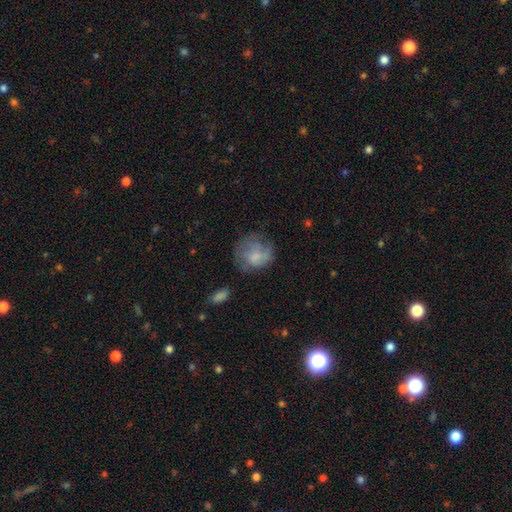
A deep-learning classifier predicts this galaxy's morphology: Smooth or featured? Predicted: smooth (p=0.54). How rounded? Predicted: round (p=0.77). Merging? Predicted: none (p=0.56).